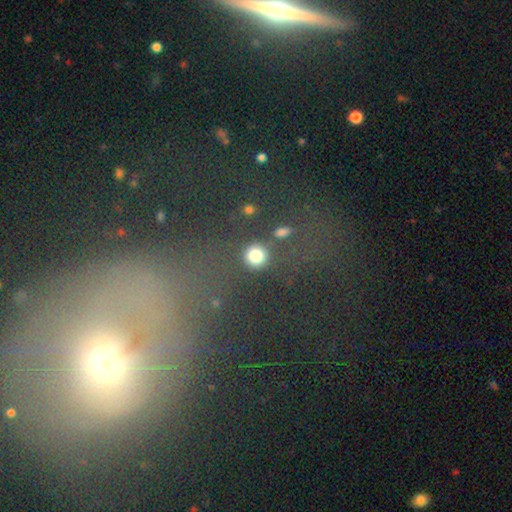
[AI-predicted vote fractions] A smooth galaxy with no disk features (79%) that is round (89%).

Vote fractions:
- Smooth or featured? smooth: 79% / star or artifact: 15% / featured or disk: 6%
- How rounded? round: 89% / in between: 10% / cigar-shaped: 2%
- Merging? none: 77% / minor disturbance: 9% / merger: 8% / major disturbance: 5%